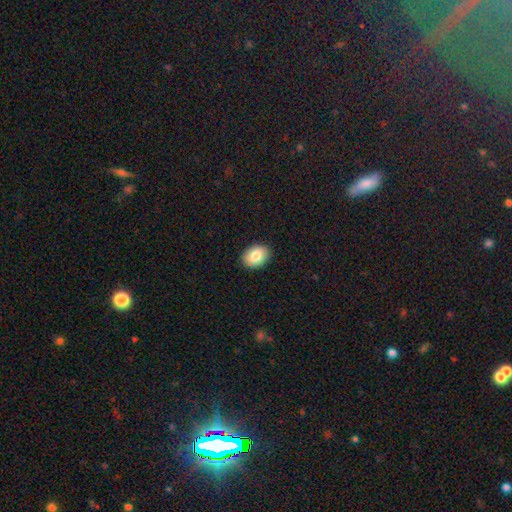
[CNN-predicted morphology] type=smooth (83%); roundness=in between (78%); merging=none (90%).